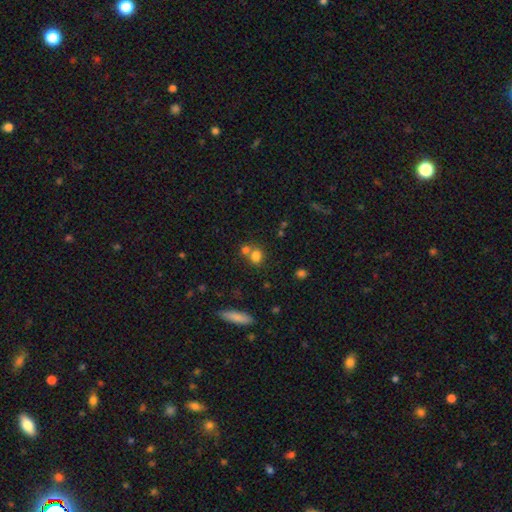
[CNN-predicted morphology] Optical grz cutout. It shows a smooth galaxy with no disk features (76%) that is round (61%). Merging: none (45%).